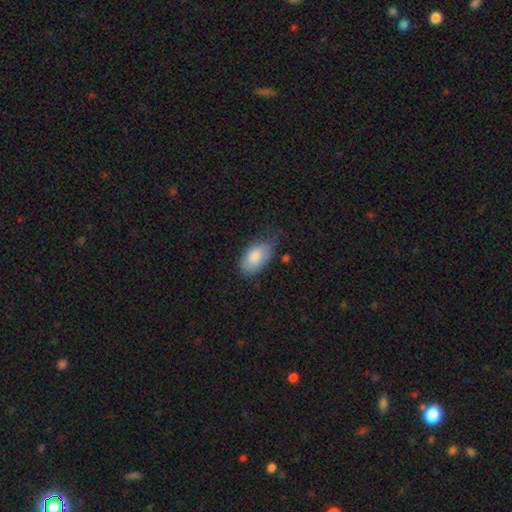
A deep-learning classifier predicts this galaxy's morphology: smooth 83%, featured or disk 11%, star or artifact 6%. Down the decision tree: how rounded — in between (93%); merging — none (56%).